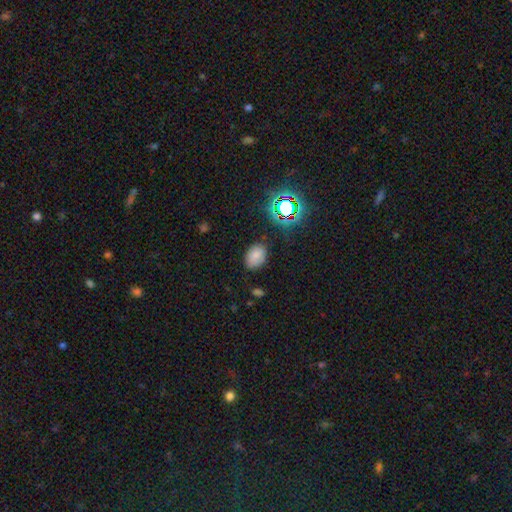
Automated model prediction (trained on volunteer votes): Smooth or featured?
  - smooth: 75% *
  - star or artifact: 17%
  - featured or disk: 8%
How rounded?
  - in between: 81% *
  - round: 18%
  - cigar-shaped: 1%
Merging?
  - none: 80% *
  - minor disturbance: 15%
  - major disturbance: 4%
  - merger: 2%